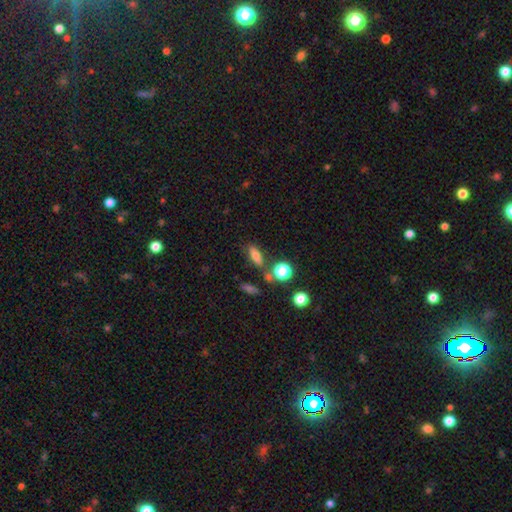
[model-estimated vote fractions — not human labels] This is likely a smooth galaxy (69%). How rounded: likely in between (61%). Merging: likely none (69%).